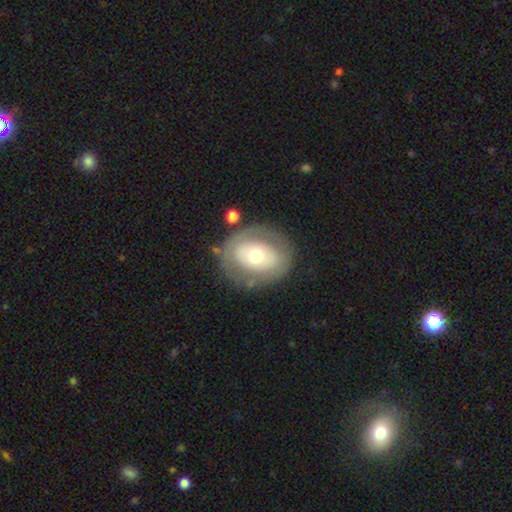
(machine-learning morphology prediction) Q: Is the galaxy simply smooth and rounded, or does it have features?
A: featured or disk — 48%.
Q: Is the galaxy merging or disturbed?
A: none — 74%.